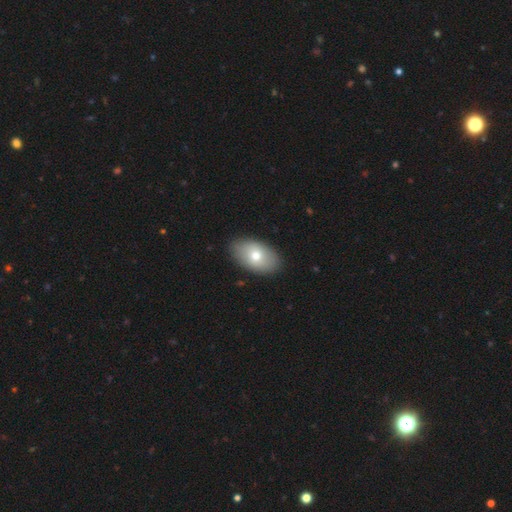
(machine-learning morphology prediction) Smooth or featured? Predicted: smooth (p=0.72). How rounded? Predicted: in between (p=0.91). Merging? Predicted: none (p=0.87).